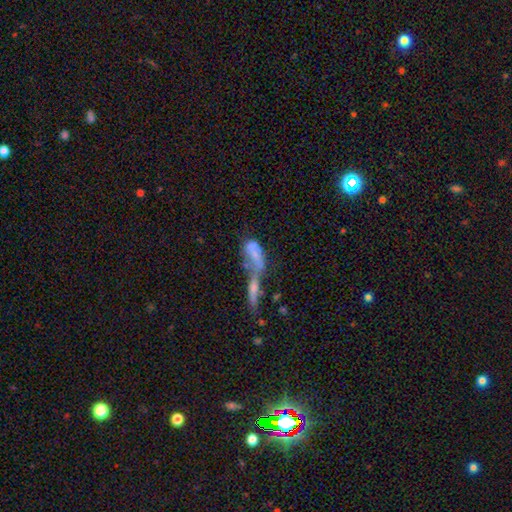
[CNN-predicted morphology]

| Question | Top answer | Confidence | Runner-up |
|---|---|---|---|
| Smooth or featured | smooth | 54% | featured or disk (36%) |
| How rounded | in between | 66% | cigar-shaped (28%) |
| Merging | merger | 62% | none (15%) |